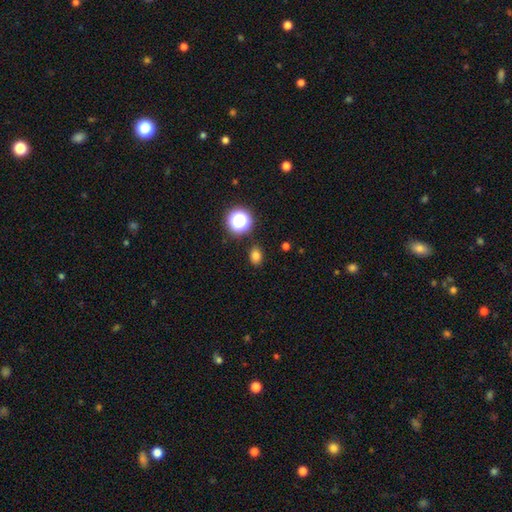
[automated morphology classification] This appears to be a smooth galaxy with no disk features (78%) that is in between round and cigar-shaped (60%). Merging: none (86%).